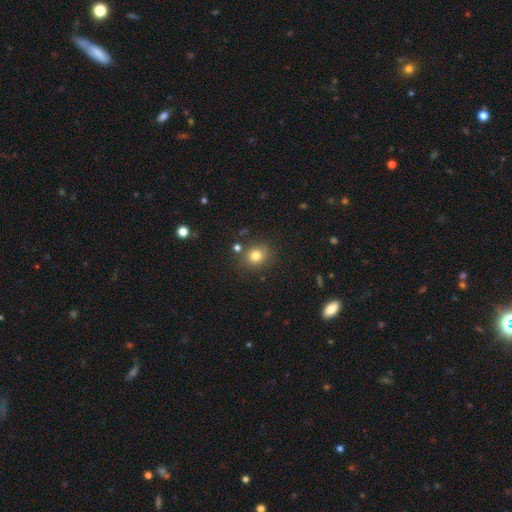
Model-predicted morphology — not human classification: type=smooth (79%); roundness=round (71%); merging=none (80%).